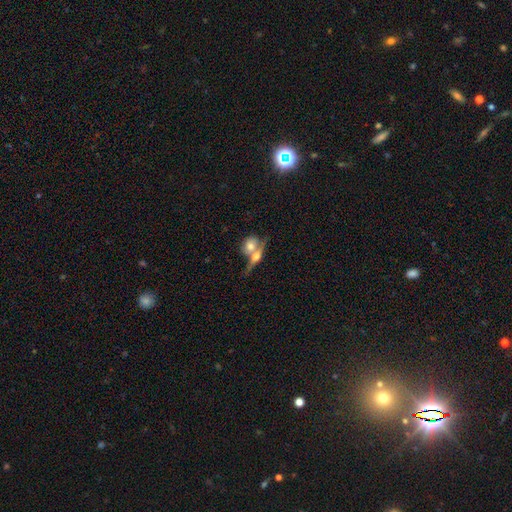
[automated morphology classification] Overall: smooth (50%; featured or disk 42%). How rounded: in between (45%; round 39%). Merging: merger (60%; none 27%).